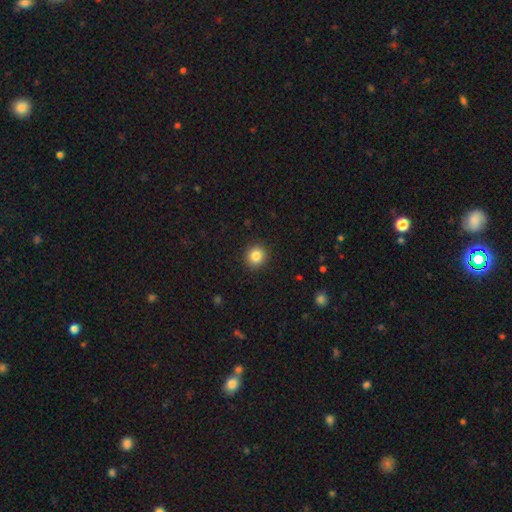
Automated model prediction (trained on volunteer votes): A smooth galaxy with no disk features (84%) that is round (89%).

Vote fractions:
- Smooth or featured? smooth: 84% / star or artifact: 10% / featured or disk: 6%
- How rounded? round: 89% / in between: 10% / cigar-shaped: 1%
- Merging? none: 92% / minor disturbance: 6% / major disturbance: 2% / merger: 1%